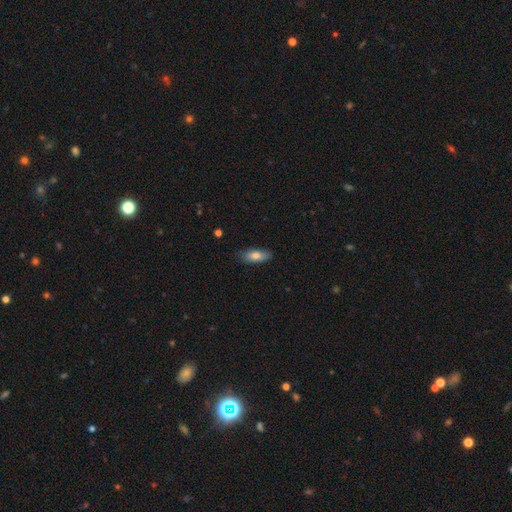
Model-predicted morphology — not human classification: Smooth or featured: smooth — 78% (featured or disk — 15%)
How rounded: in between — 75% (cigar-shaped — 22%)
Merging: none — 81% (minor disturbance — 15%)